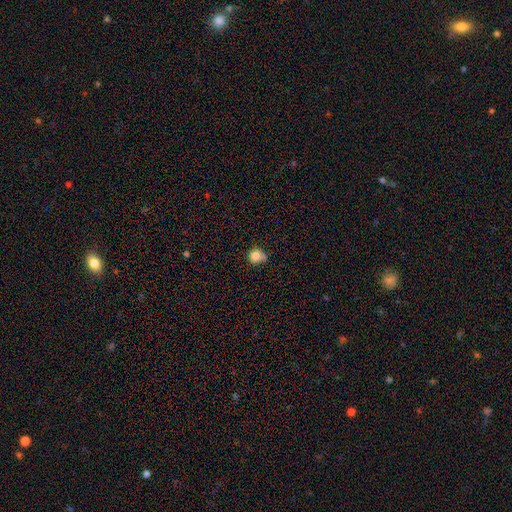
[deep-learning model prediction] smooth 82%, star or artifact 11%, featured or disk 7%. Down the decision tree: how rounded — round (87%); merging — none (61%).